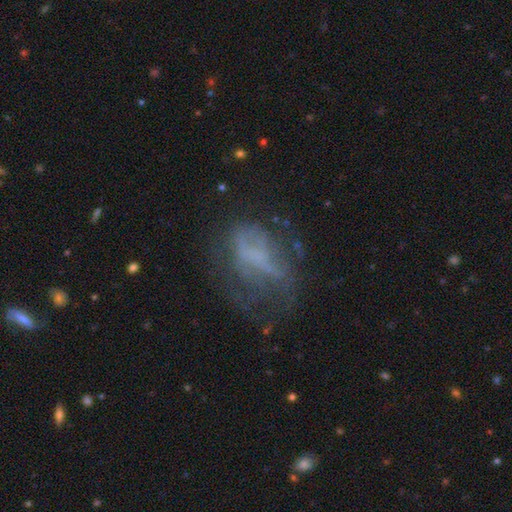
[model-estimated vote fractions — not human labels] Morphology: type=featured or disk (53%); edge-on=no (95%); bar=no (67%); spiral arms=no (75%); bulge=none (69%); merging=none (40%).